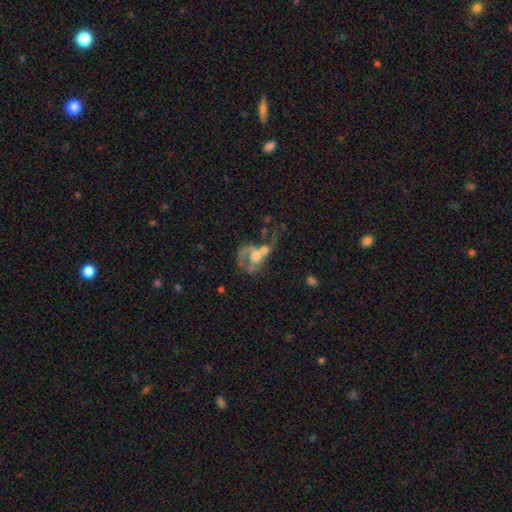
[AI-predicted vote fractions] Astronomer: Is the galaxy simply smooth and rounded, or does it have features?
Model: featured or disk — 60%.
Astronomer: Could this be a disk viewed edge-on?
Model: no — 97%.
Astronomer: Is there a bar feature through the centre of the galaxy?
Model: no — 79%.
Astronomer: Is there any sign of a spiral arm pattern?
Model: yes — 57% (runner-up: no, 43%).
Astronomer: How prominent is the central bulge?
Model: moderate — 45% (runner-up: large, 26%).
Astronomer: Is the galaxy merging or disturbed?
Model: merger — 53%.